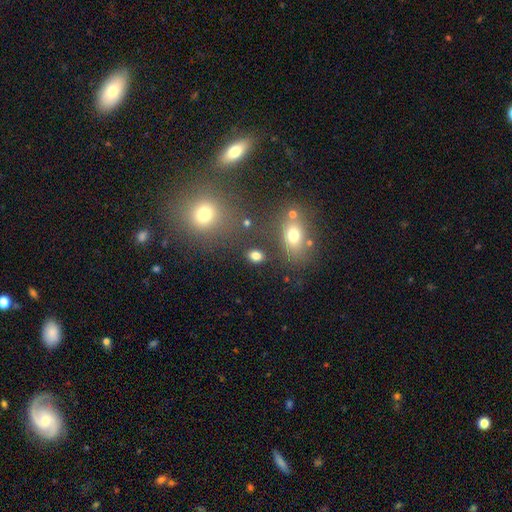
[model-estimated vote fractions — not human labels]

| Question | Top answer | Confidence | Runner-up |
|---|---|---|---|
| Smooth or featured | smooth | 79% | star or artifact (14%) |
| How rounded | in between | 69% | round (29%) |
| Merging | none | 79% | minor disturbance (10%) |